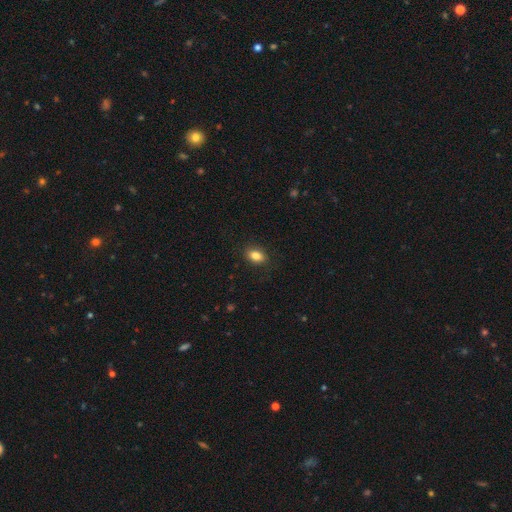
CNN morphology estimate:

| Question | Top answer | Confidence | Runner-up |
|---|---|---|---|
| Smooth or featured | smooth | 85% | star or artifact (9%) |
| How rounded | in between | 84% | round (14%) |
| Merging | none | 87% | minor disturbance (9%) |